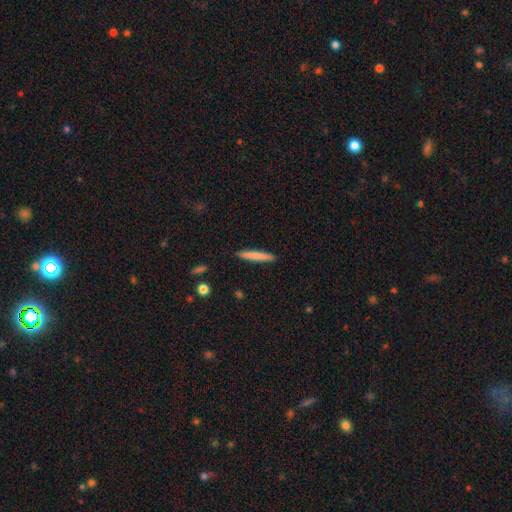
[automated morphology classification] A smooth galaxy with no disk features (76%) that is cigar-shaped (95%).

Vote fractions:
- Smooth or featured? smooth: 76% / featured or disk: 18% / star or artifact: 6%
- How rounded? cigar-shaped: 95% / in between: 4% / round: 1%
- Merging? none: 91% / minor disturbance: 6% / major disturbance: 1% / merger: 1%